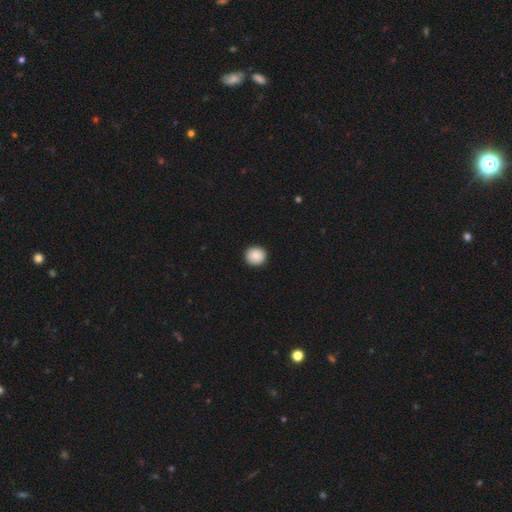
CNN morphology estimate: smooth-or-featured: smooth: 90% | star or artifact: 8% | featured or disk: 3%
  how-rounded: round: 92% | in between: 7% | cigar-shaped: 1%
  merging: none: 93% | minor disturbance: 5% | major disturbance: 1% | merger: 1%